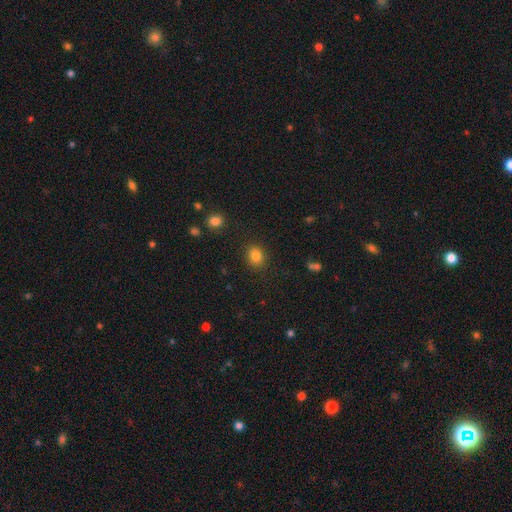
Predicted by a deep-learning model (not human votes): Q: Smooth or featured?
A: smooth (83%); runner-up: star or artifact (11%)
Q: How rounded?
A: round (58%); runner-up: in between (41%)
Q: Merging?
A: none (87%); runner-up: minor disturbance (9%)